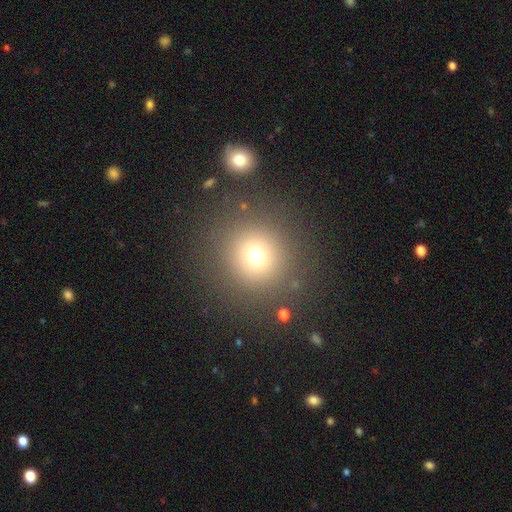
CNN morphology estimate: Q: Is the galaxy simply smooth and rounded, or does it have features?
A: smooth — 71%.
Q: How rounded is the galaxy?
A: round — 94%.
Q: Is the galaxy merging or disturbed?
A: none — 85%.